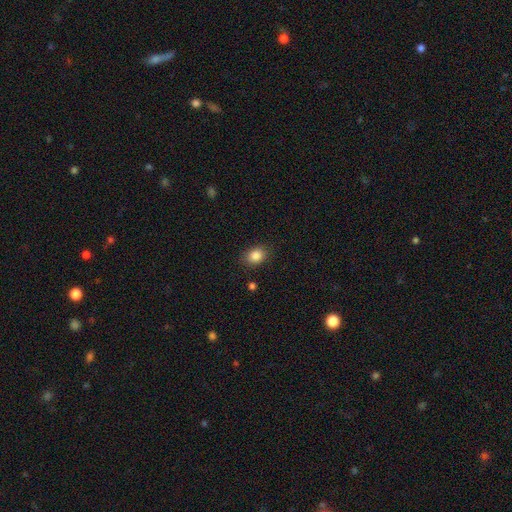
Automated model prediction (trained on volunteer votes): Smooth or featured?
  - smooth: 86% *
  - star or artifact: 9%
  - featured or disk: 5%
How rounded?
  - in between: 62% *
  - round: 37%
  - cigar-shaped: 1%
Merging?
  - none: 85% *
  - minor disturbance: 10%
  - major disturbance: 3%
  - merger: 2%